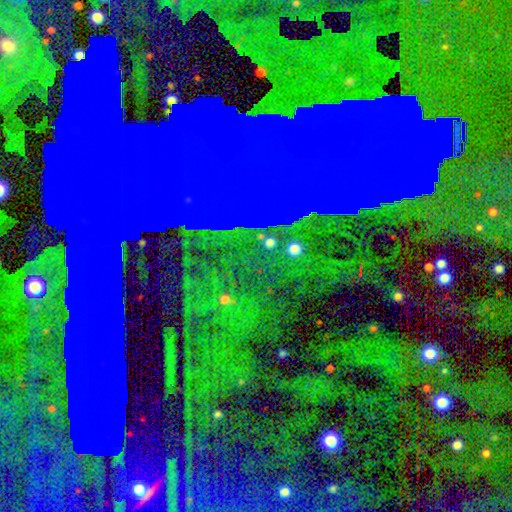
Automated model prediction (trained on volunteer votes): Smooth or featured?
  - star or artifact: 84% *
  - featured or disk: 9%
  - smooth: 7%